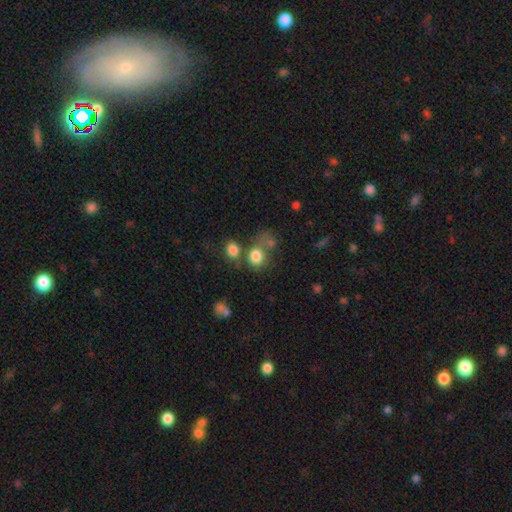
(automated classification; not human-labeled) smooth-or-featured: smooth: 79% | star or artifact: 12% | featured or disk: 9%
  how-rounded: round: 59% | in between: 40% | cigar-shaped: 1%
  merging: none: 43% | merger: 33% | minor disturbance: 13% | major disturbance: 10%